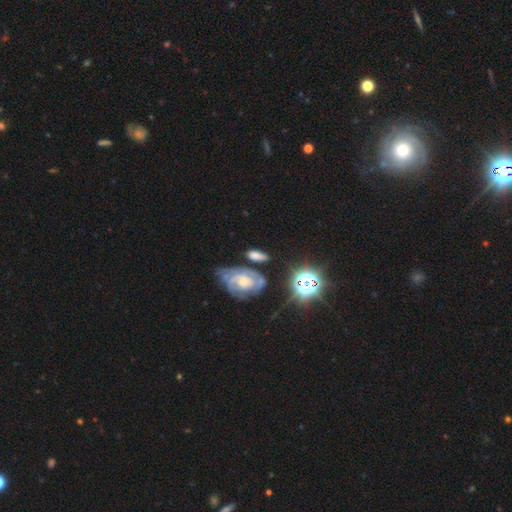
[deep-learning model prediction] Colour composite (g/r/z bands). It shows a featured or disk galaxy (45%). Merging: none (56%).